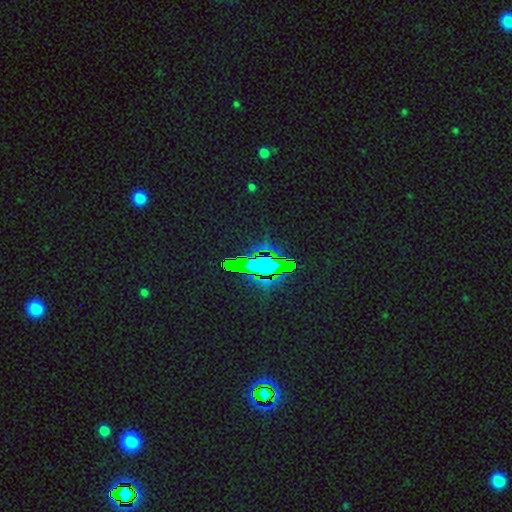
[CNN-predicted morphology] smooth-or-featured: star or artifact: 83% | smooth: 9% | featured or disk: 8%